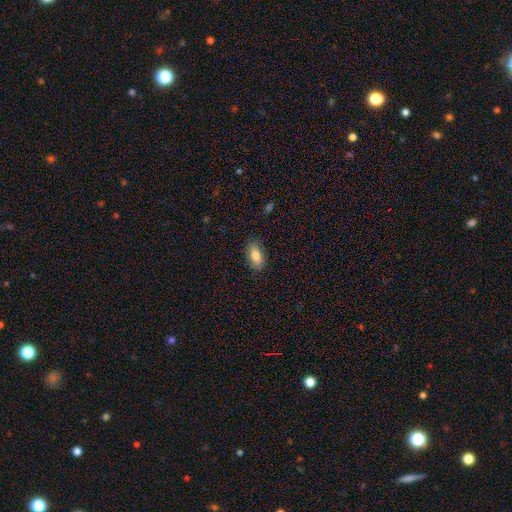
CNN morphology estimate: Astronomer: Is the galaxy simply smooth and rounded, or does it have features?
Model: smooth — 79%.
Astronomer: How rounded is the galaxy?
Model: in between — 88%.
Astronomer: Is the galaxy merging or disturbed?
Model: none — 84%.